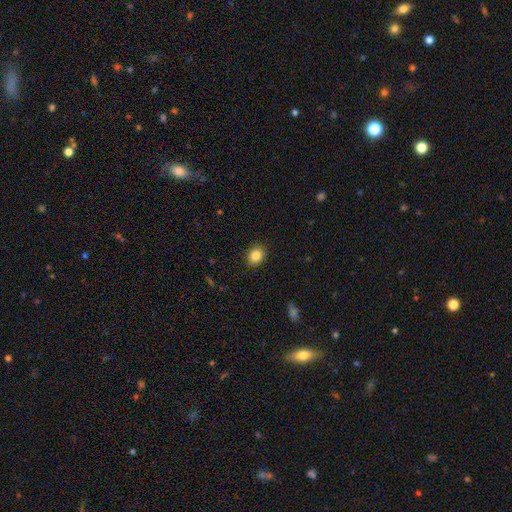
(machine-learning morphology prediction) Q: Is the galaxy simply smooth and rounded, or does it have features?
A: smooth — 85%.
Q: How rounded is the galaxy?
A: round — 57%.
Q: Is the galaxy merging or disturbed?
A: none — 89%.